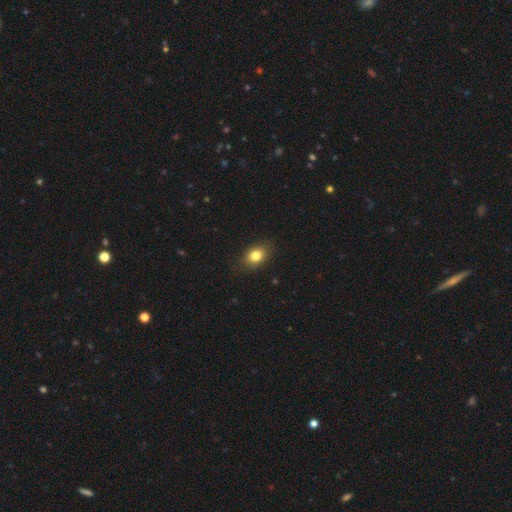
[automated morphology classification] Smooth or featured? Predicted: smooth (p=0.81). How rounded? Predicted: in between (p=0.71). Merging? Predicted: none (p=0.84).